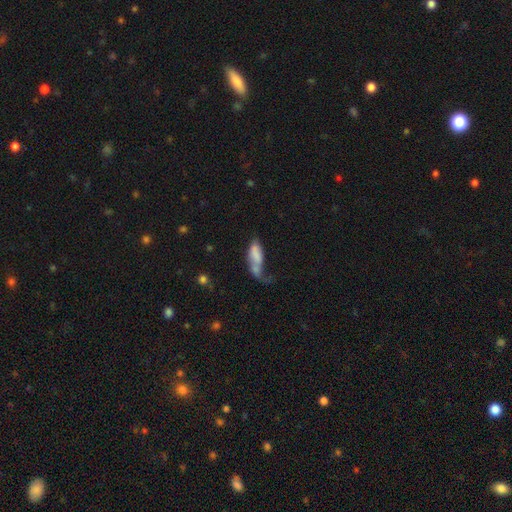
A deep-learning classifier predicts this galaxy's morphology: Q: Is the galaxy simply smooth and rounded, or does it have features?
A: smooth — 69%.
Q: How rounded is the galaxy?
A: in between — 78%.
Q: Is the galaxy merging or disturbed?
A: major disturbance — 36%.